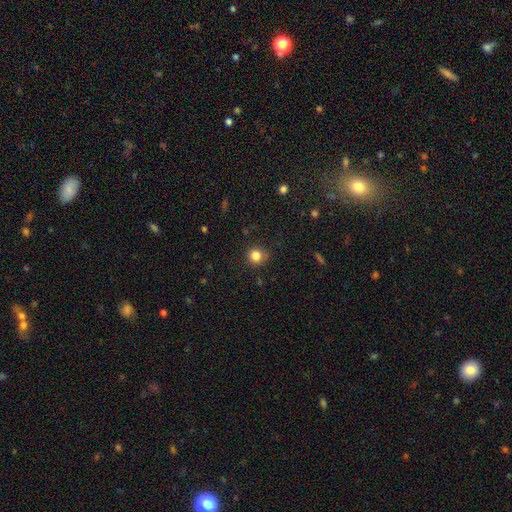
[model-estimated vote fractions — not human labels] Q: Smooth or featured?
A: smooth (83%); runner-up: star or artifact (12%)
Q: How rounded?
A: round (90%); runner-up: in between (9%)
Q: Merging?
A: none (83%); runner-up: minor disturbance (12%)